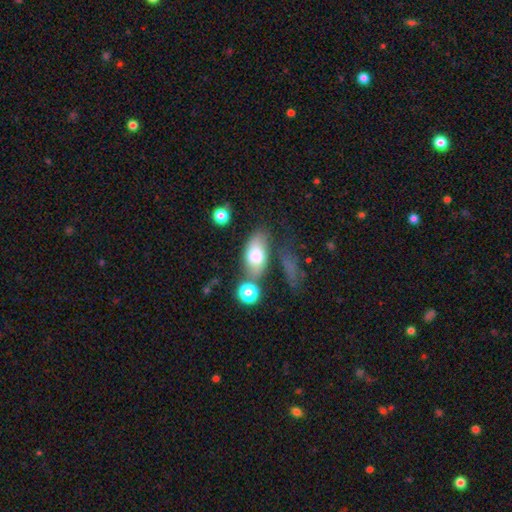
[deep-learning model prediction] Overall: smooth (69%). How rounded: in between (86%). Merging: none (51%; minor disturbance 21%).